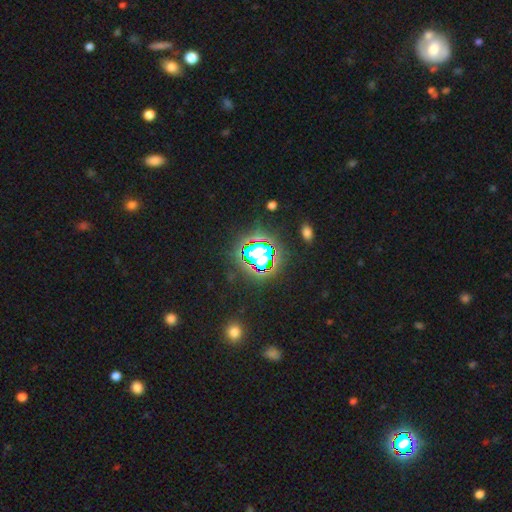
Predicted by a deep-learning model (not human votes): This is likely a star or artifact rather than a galaxy (75%).